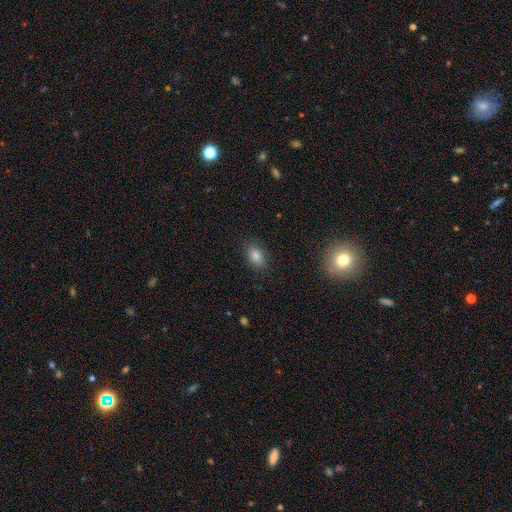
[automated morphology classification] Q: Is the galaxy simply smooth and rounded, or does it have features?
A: smooth — 81%.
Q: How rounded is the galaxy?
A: in between — 83%.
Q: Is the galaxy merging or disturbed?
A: none — 87%.